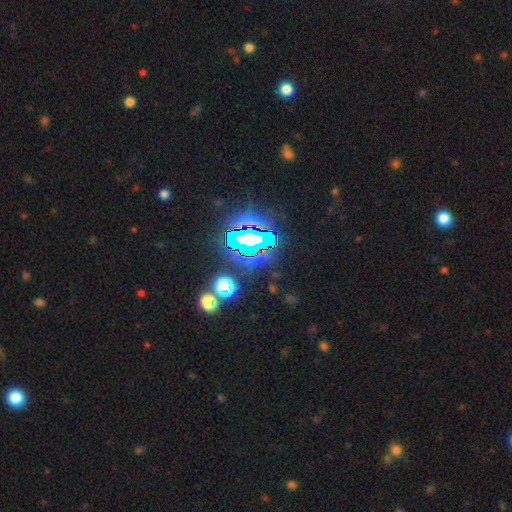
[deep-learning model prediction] A star or artifact, not a galaxy (84%).

Vote fractions:
- Smooth or featured? star or artifact: 84% / smooth: 9% / featured or disk: 7%